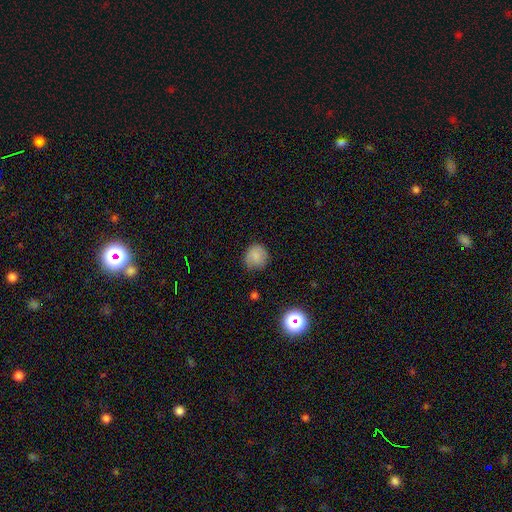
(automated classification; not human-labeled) smooth-or-featured: smooth: 80% | star or artifact: 10% | featured or disk: 10%
  how-rounded: round: 88% | in between: 11% | cigar-shaped: 1%
  merging: none: 76% | minor disturbance: 18% | major disturbance: 4% | merger: 1%